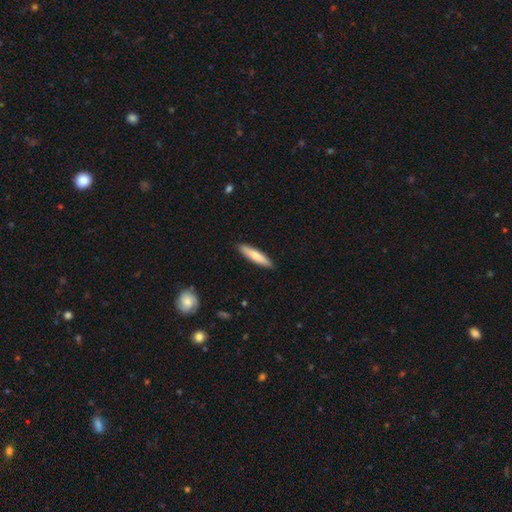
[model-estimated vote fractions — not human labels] Smooth or featured: smooth — 73% (featured or disk — 22%)
How rounded: cigar-shaped — 84% (in between — 15%)
Merging: none — 90% (minor disturbance — 8%)